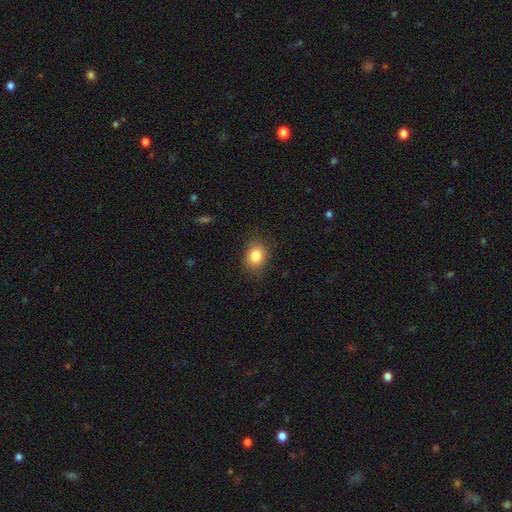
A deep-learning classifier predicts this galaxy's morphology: Overall: smooth (84%). How rounded: round (50%; in between 49%). Merging: none (84%).